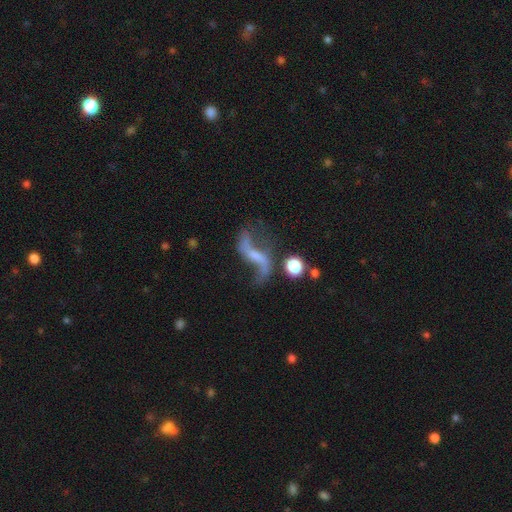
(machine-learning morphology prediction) This appears to be a featured or disk galaxy (84%) with a weak bar (37%), 2 (91%) loose (93%) spiral arms (93%) and a small central bulge (49%). Merging: none (60%).